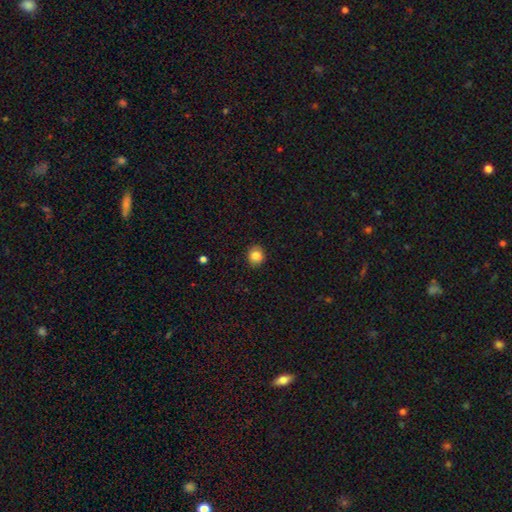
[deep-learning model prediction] Smooth or featured?
  - smooth: 82% *
  - star or artifact: 10%
  - featured or disk: 8%
How rounded?
  - round: 75% *
  - in between: 24%
  - cigar-shaped: 1%
Merging?
  - none: 86% *
  - minor disturbance: 10%
  - major disturbance: 2%
  - merger: 1%